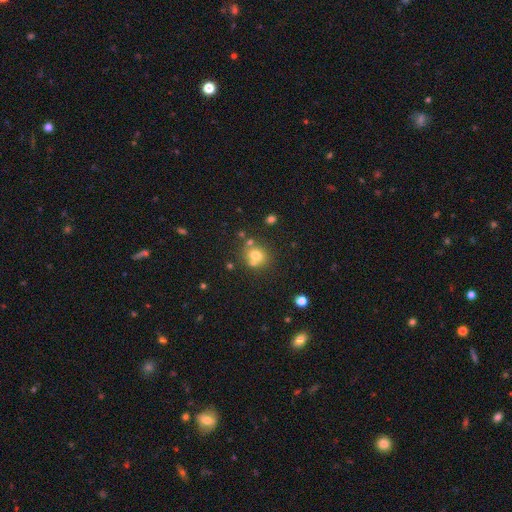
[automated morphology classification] smooth 69%, featured or disk 16%, star or artifact 15%. Down the decision tree: how rounded — round (79%); merging — none (58%).